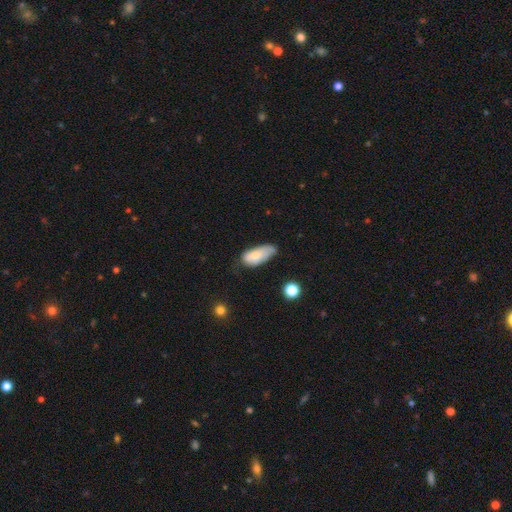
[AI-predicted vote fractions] The model was most divided on "merging": minor disturbance: 44%, none: 37%, major disturbance: 14%, merger: 4%. More confident: how rounded — in between (87%); smooth or featured — smooth (74%).